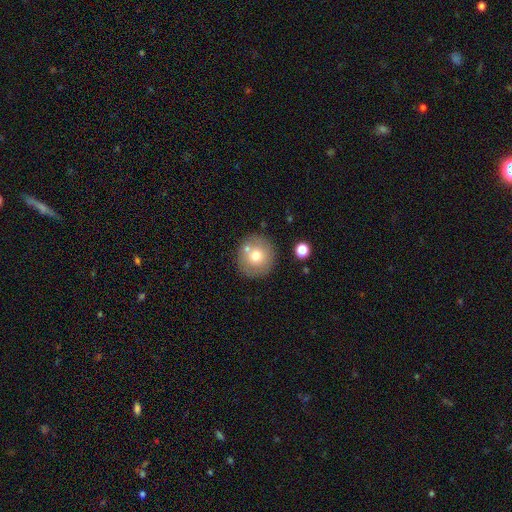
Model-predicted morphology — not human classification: Smooth or featured: smooth — 70% (featured or disk — 20%)
How rounded: round — 93% (in between — 6%)
Merging: none — 77% (minor disturbance — 10%)